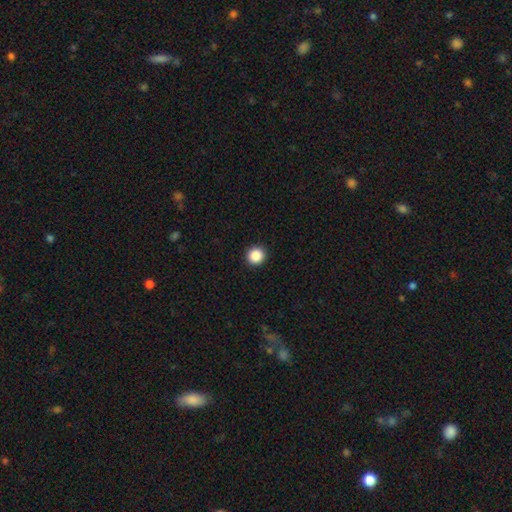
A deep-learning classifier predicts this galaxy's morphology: Q: Smooth or featured?
A: smooth (88%); runner-up: star or artifact (9%)
Q: How rounded?
A: round (95%); runner-up: in between (4%)
Q: Merging?
A: none (93%); runner-up: minor disturbance (4%)